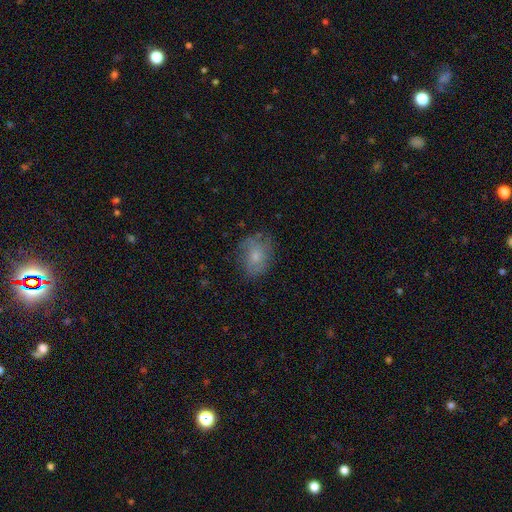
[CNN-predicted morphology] Overall: smooth (59%; featured or disk 32%). How rounded: in between (60%; round 39%). Merging: none (64%; minor disturbance 24%).